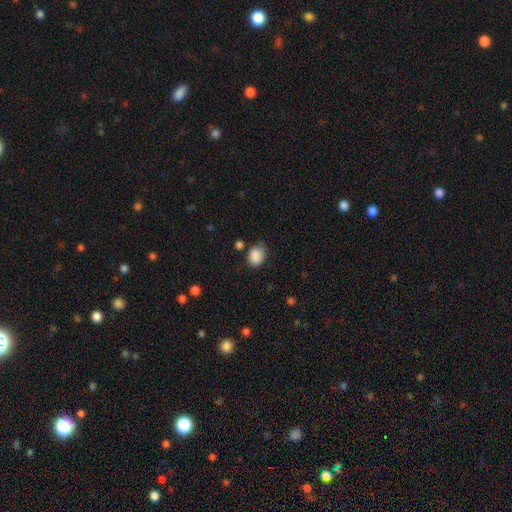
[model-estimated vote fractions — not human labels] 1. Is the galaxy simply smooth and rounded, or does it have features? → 88% smooth, 8% star or artifact, 4% featured or disk.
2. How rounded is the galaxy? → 51% in between, 48% round, 1% cigar-shaped.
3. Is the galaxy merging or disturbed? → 71% none, 20% minor disturbance, 5% major disturbance, 4% merger.